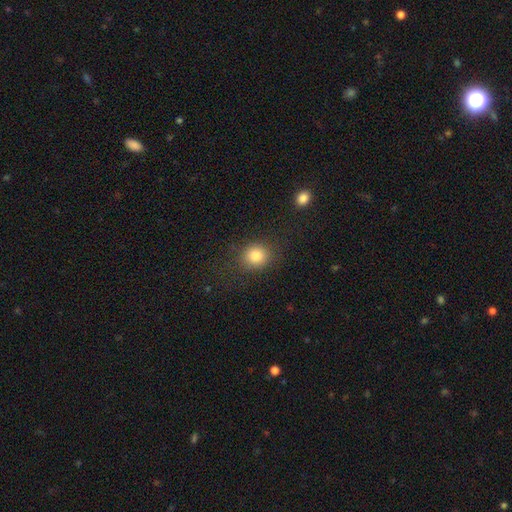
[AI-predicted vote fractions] Overall: smooth (84%). How rounded: round (77%). Merging: none (82%).